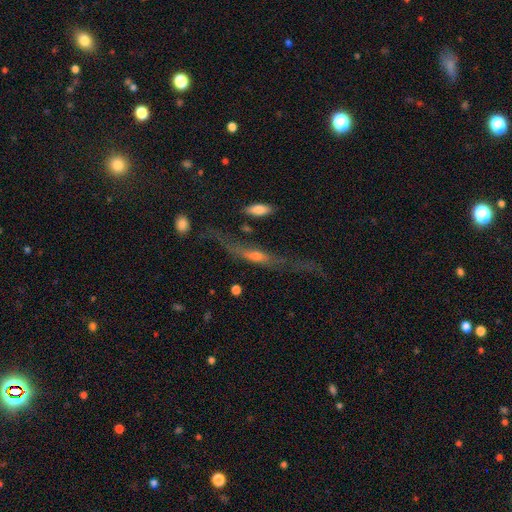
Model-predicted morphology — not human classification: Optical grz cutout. It shows a featured or disk galaxy (64%) viewed edge-on (75%). Merging: none (50%).